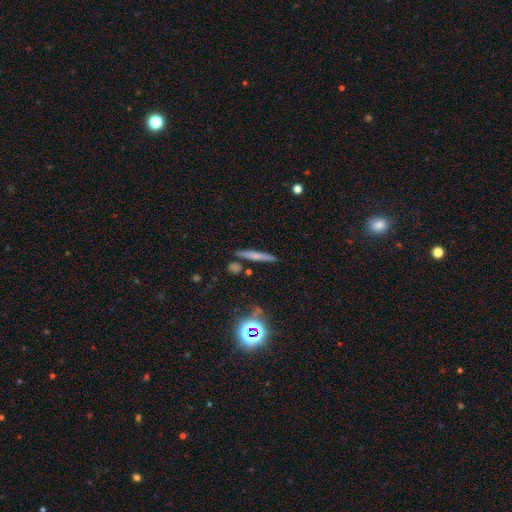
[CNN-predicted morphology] The model was most divided on "smooth or featured": smooth: 56%, featured or disk: 31%, star or artifact: 13%. More confident: how rounded — cigar-shaped (92%); merging — none (83%).